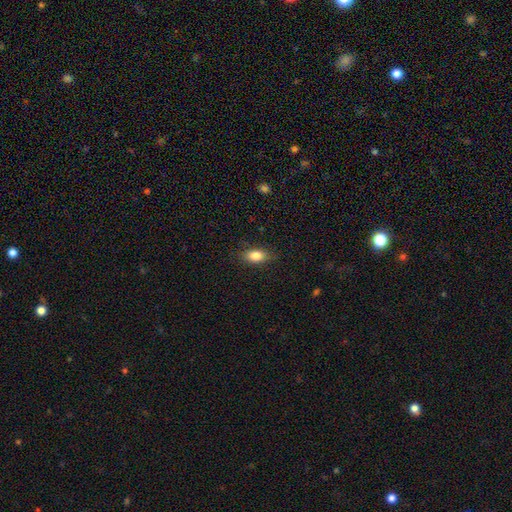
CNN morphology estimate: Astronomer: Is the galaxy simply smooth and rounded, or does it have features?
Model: smooth — 84%.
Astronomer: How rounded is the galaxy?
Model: in between — 87%.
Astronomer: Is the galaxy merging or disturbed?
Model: none — 86%.